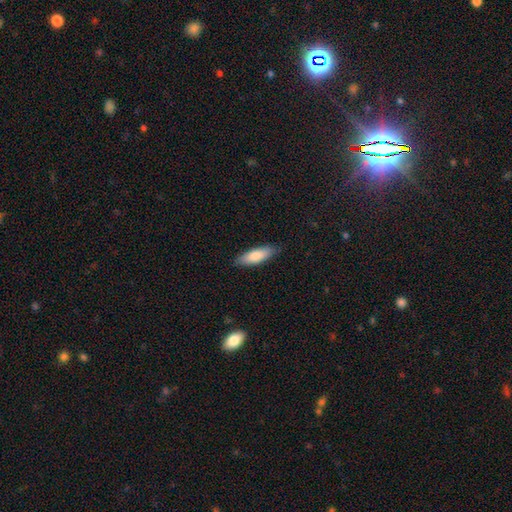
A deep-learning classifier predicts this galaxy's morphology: A smooth galaxy with no disk features (82%) that is in between round and cigar-shaped (57%).

Vote fractions:
- Smooth or featured? smooth: 82% / featured or disk: 13% / star or artifact: 5%
- How rounded? in between: 57% / cigar-shaped: 41% / round: 2%
- Merging? none: 86% / minor disturbance: 11% / major disturbance: 2% / merger: 1%